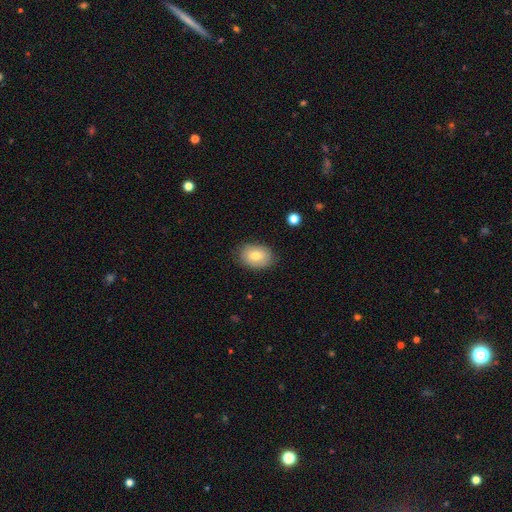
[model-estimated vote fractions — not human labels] A smooth galaxy with no disk features (77%) that is in between round and cigar-shaped (76%). Merging: none (83%).